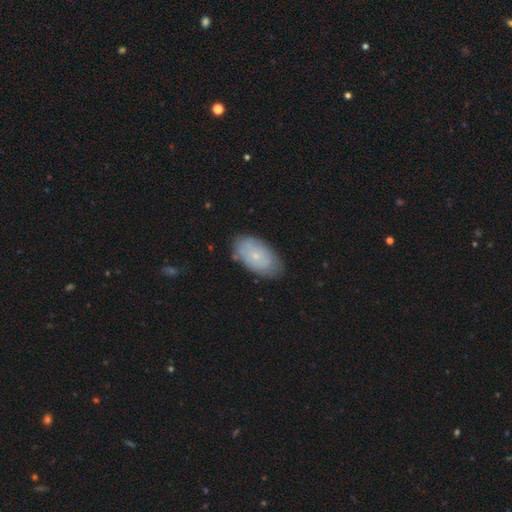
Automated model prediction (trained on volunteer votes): Smooth or featured: smooth — 54% (featured or disk — 39%)
How rounded: in between — 93% (round — 5%)
Merging: none — 78% (minor disturbance — 17%)